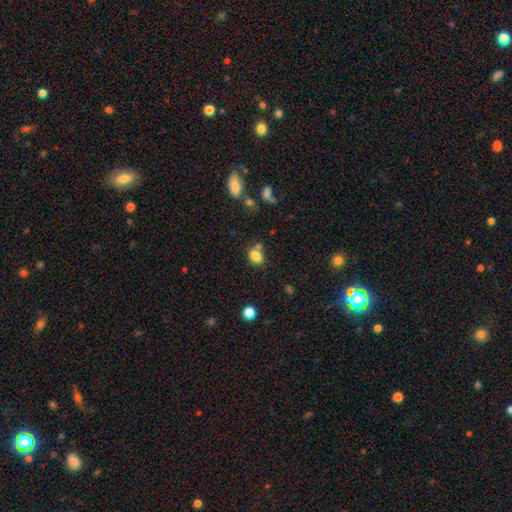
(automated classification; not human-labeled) Smooth or featured? smooth (81%)
How rounded? in between (71%)
Merging? none (56%)